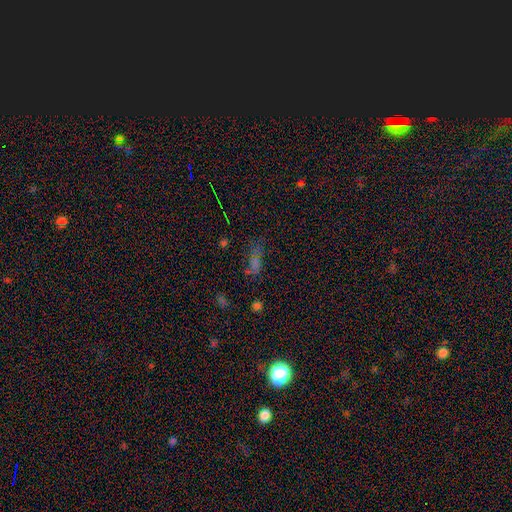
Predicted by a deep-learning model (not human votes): smooth-or-featured: smooth: 42% | star or artifact: 39% | featured or disk: 19%
  merging: none: 53% | minor disturbance: 23% | major disturbance: 17% | merger: 7%